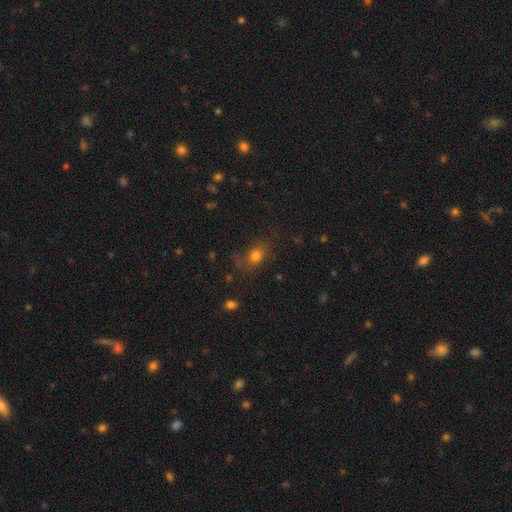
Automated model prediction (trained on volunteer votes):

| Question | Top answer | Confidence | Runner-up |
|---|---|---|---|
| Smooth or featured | smooth | 74% | star or artifact (14%) |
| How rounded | round | 51% | in between (47%) |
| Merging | none | 54% | minor disturbance (22%) |